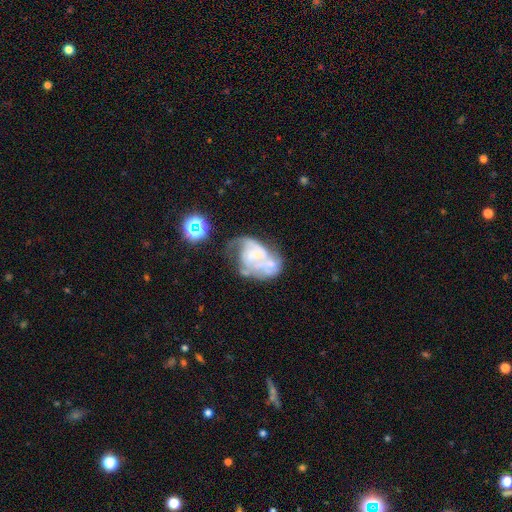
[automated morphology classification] Smooth or featured: featured or disk — 69% (smooth — 21%)
Edge-on disk: no — 98% (yes — 2%)
Bar: no — 74% (weak — 21%)
Spiral arms: yes — 59% (no — 41%)
Bulge size: small — 58% (none — 20%)
Merging: major disturbance — 34% (merger — 27%)